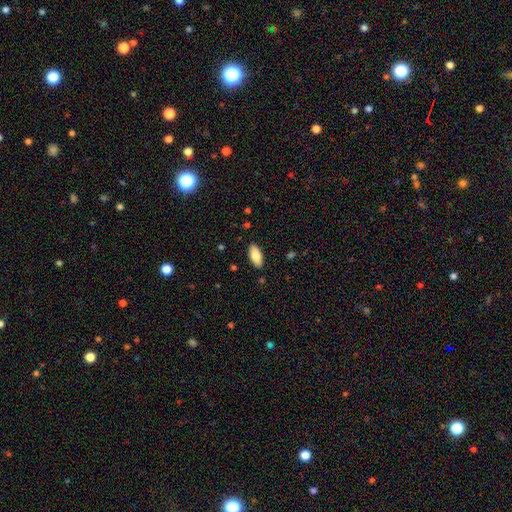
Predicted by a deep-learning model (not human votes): This is clearly a smooth galaxy (83%). How rounded: clearly in between (89%). Merging: clearly none (88%).